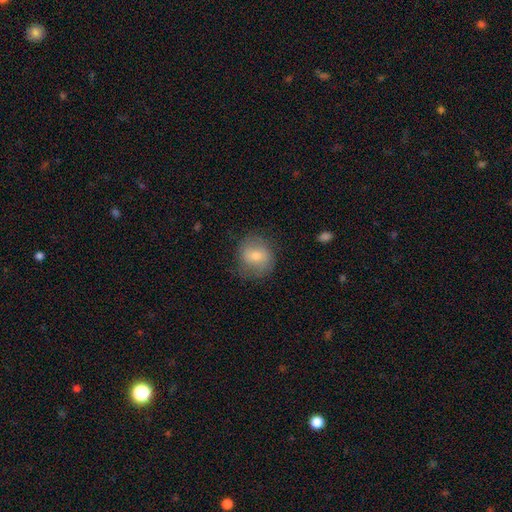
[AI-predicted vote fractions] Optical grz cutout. It shows a smooth galaxy with no disk features (64%) that is round (78%). Merging: none (74%).